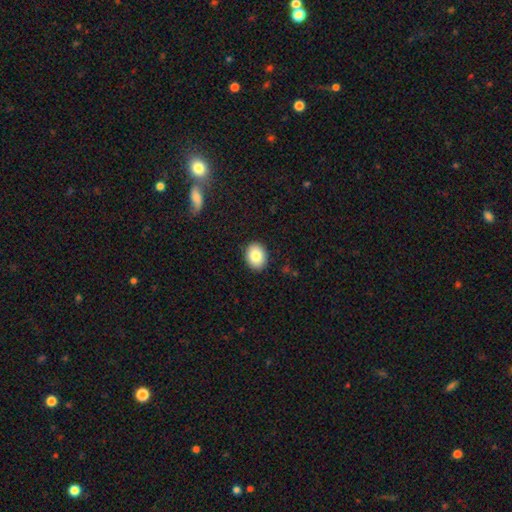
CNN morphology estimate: Smooth or featured?
  - smooth: 85% *
  - star or artifact: 8%
  - featured or disk: 7%
How rounded?
  - in between: 62% *
  - round: 37%
  - cigar-shaped: 1%
Merging?
  - none: 89% *
  - minor disturbance: 8%
  - major disturbance: 2%
  - merger: 1%